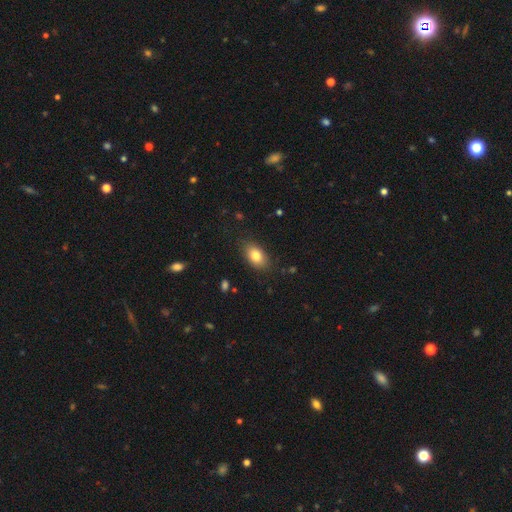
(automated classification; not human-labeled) Smooth or featured: smooth — 80% (featured or disk — 11%)
How rounded: in between — 87% (round — 10%)
Merging: none — 84% (minor disturbance — 12%)